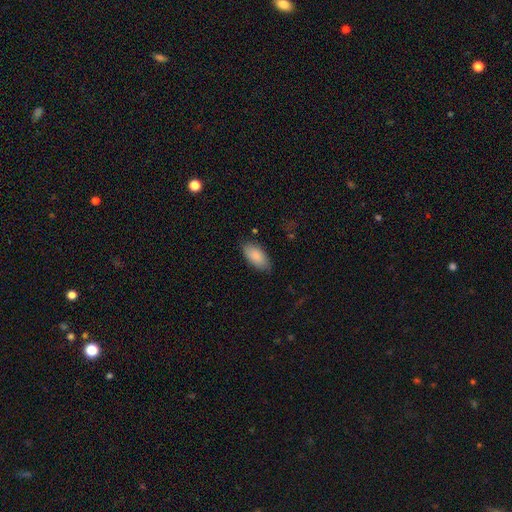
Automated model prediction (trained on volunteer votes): This appears to be a smooth galaxy with no disk features (87%) that is in between round and cigar-shaped (93%). Merging: none (82%).